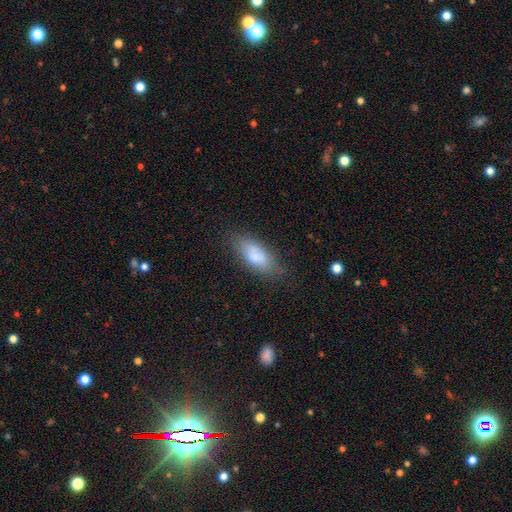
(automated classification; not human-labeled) A smooth galaxy with no disk features (79%) that is in between round and cigar-shaped (79%). Merging: none (72%).